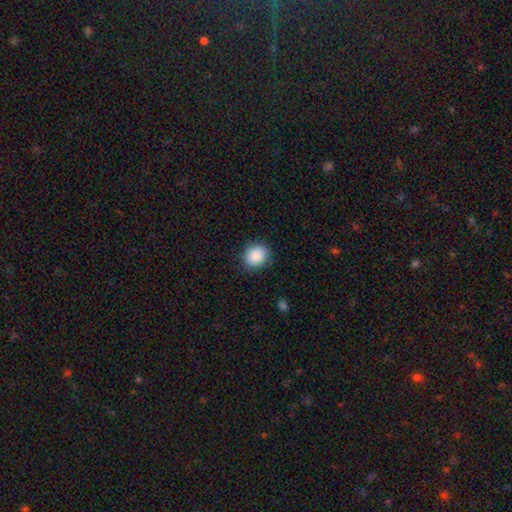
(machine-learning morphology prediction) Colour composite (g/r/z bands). It shows a smooth galaxy with no disk features (89%) that is round (73%). Merging: none (87%).